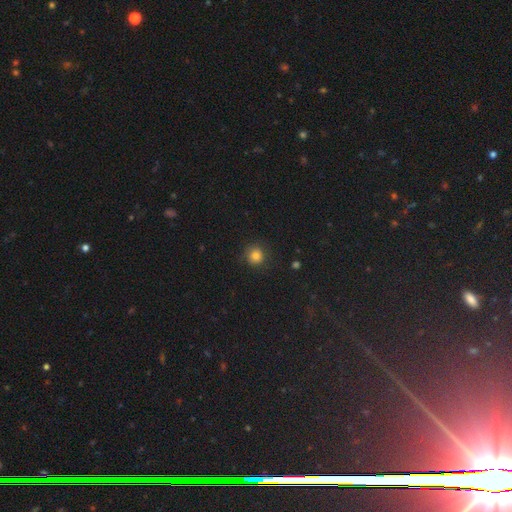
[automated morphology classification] Q: Smooth or featured?
A: smooth (80%); runner-up: star or artifact (13%)
Q: How rounded?
A: round (91%); runner-up: in between (8%)
Q: Merging?
A: none (83%); runner-up: minor disturbance (12%)